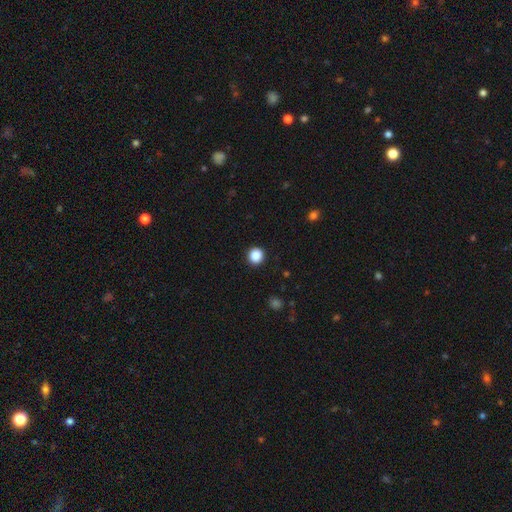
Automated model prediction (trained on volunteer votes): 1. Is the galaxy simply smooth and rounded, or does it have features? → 88% smooth, 10% star or artifact, 2% featured or disk.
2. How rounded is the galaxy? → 94% round, 5% in between, 1% cigar-shaped.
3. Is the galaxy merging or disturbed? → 93% none, 4% minor disturbance, 2% major disturbance, 1% merger.